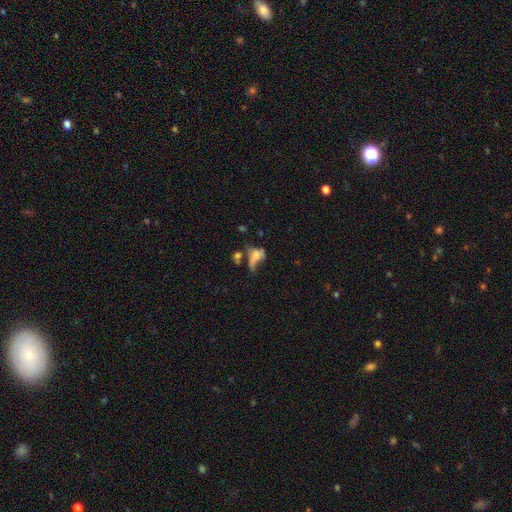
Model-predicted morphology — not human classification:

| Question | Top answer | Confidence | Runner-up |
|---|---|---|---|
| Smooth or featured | smooth | 52% | featured or disk (34%) |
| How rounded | in between | 75% | round (19%) |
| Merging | major disturbance | 38% | merger (27%) |